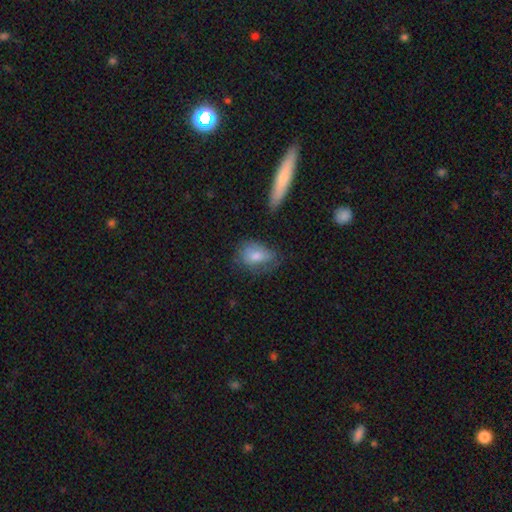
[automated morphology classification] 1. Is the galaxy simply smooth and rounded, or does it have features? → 71% smooth, 21% featured or disk, 8% star or artifact.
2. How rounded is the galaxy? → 75% in between, 19% round, 6% cigar-shaped.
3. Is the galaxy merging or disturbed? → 53% none, 30% minor disturbance, 13% major disturbance, 3% merger.